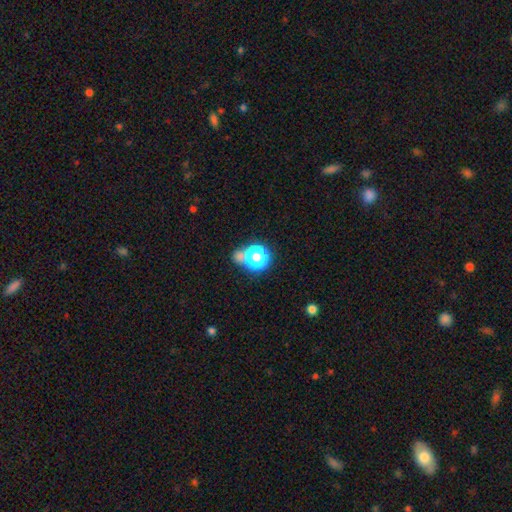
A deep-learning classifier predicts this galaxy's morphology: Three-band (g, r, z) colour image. It shows a smooth galaxy with no disk features (57%) that is round (79%). Merging: none (54%).